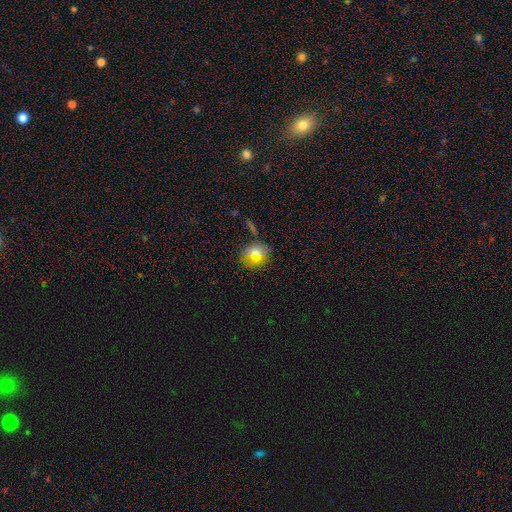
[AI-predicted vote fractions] This appears to be a smooth galaxy with no disk features (64%) that is round (67%). Merging: none (78%).